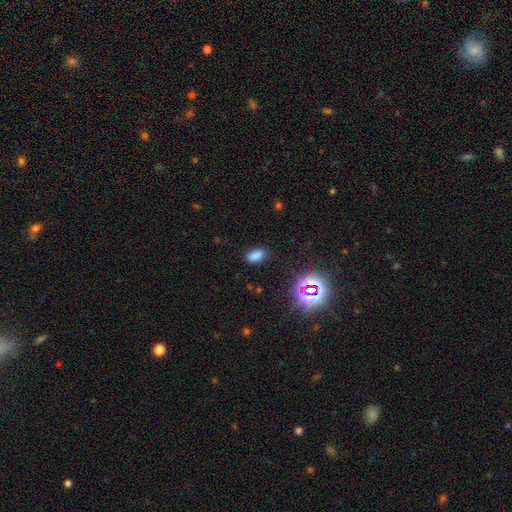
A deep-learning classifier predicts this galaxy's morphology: This appears to be a smooth galaxy with no disk features (75%) that is in between round and cigar-shaped (91%). Merging: none (85%).